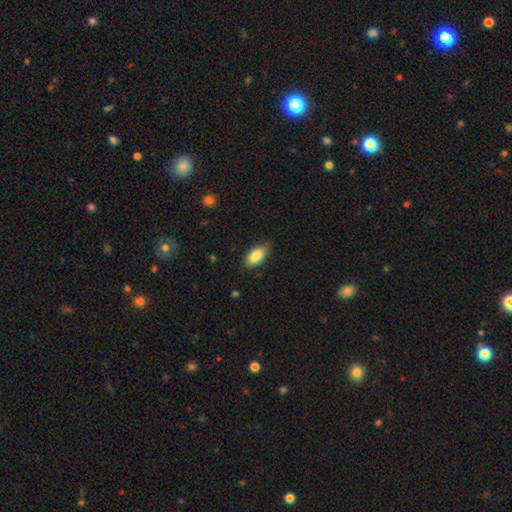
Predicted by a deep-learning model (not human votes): smooth 85%, featured or disk 9%, star or artifact 7%. Down the decision tree: how rounded — in between (91%); merging — none (81%).